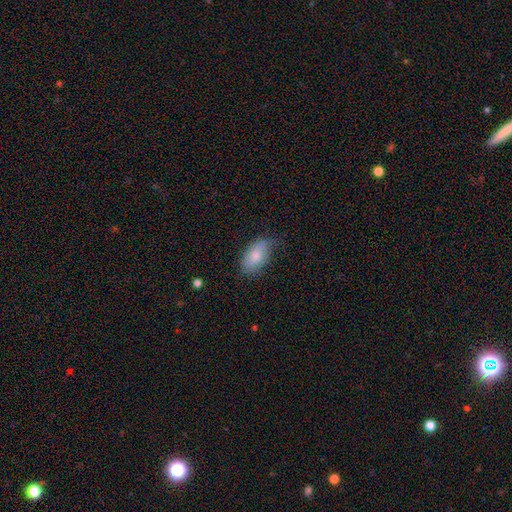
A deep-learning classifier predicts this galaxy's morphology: smooth-or-featured: smooth: 76% | featured or disk: 17% | star or artifact: 7%
  how-rounded: in between: 93% | round: 4% | cigar-shaped: 3%
  merging: none: 60% | minor disturbance: 31% | major disturbance: 8% | merger: 1%